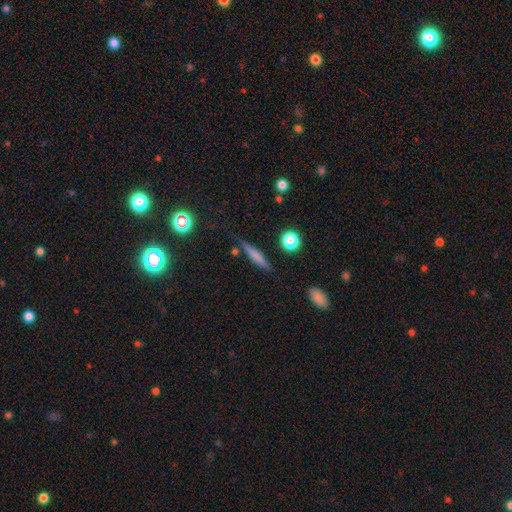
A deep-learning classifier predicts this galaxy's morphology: Smooth or featured: smooth — 61% (featured or disk — 29%)
How rounded: cigar-shaped — 86% (in between — 9%)
Merging: none — 78% (minor disturbance — 15%)